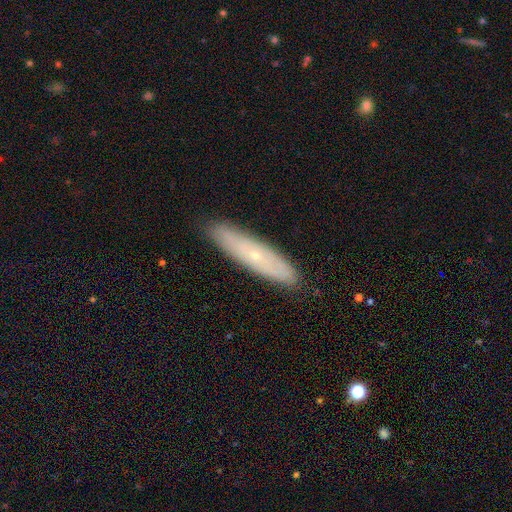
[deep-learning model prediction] Morphology: type=featured or disk (50%); merging=none (87%).